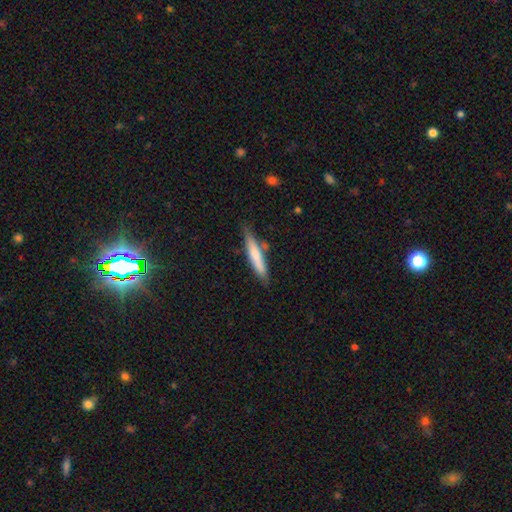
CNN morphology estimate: Smooth or featured? Predicted: smooth (p=0.67). How rounded? Predicted: cigar-shaped (p=0.90). Merging? Predicted: none (p=0.75).